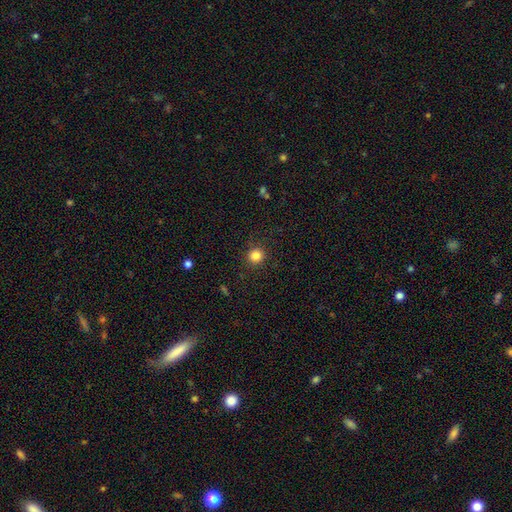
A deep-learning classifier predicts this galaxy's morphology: Smooth or featured? smooth (84%)
How rounded? round (93%)
Merging? none (90%)